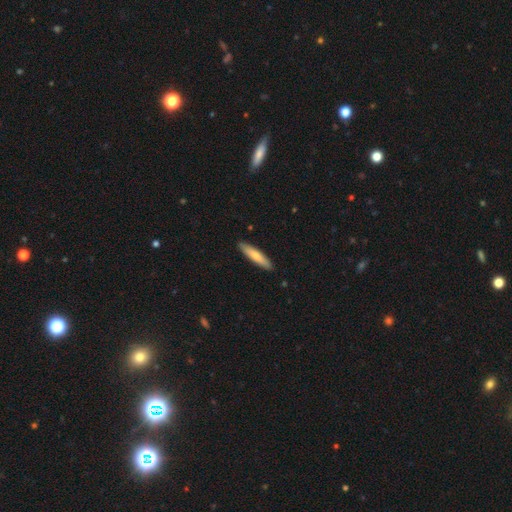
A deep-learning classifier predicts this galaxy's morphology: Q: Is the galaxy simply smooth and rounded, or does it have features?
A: smooth — 71%.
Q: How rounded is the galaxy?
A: cigar-shaped — 85%.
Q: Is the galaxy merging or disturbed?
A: none — 90%.